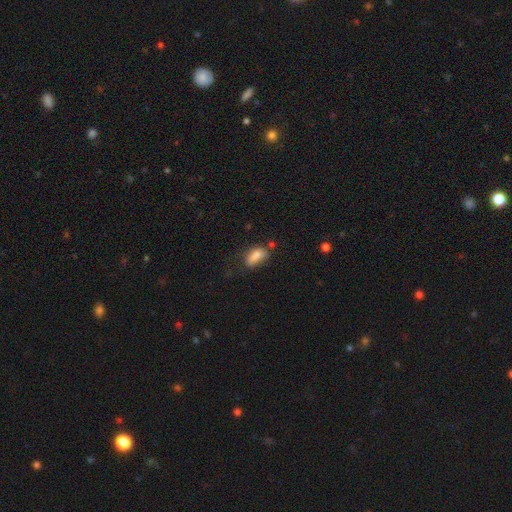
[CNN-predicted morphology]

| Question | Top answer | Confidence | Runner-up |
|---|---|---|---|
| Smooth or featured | smooth | 80% | featured or disk (10%) |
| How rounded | in between | 85% | cigar-shaped (10%) |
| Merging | none | 47% | minor disturbance (30%) |